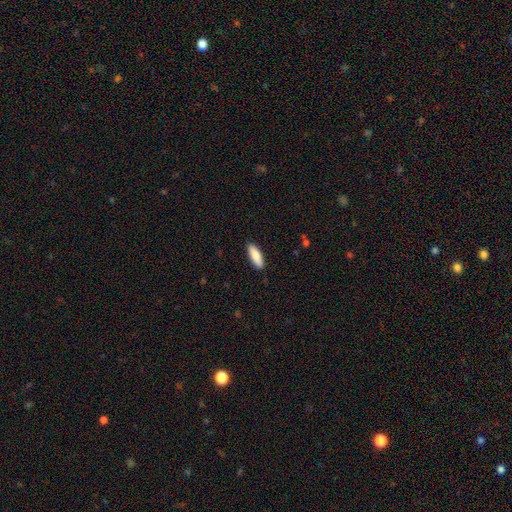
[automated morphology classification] Q: Smooth or featured?
A: smooth (86%); runner-up: featured or disk (8%)
Q: How rounded?
A: in between (54%); runner-up: cigar-shaped (44%)
Q: Merging?
A: none (90%); runner-up: minor disturbance (8%)